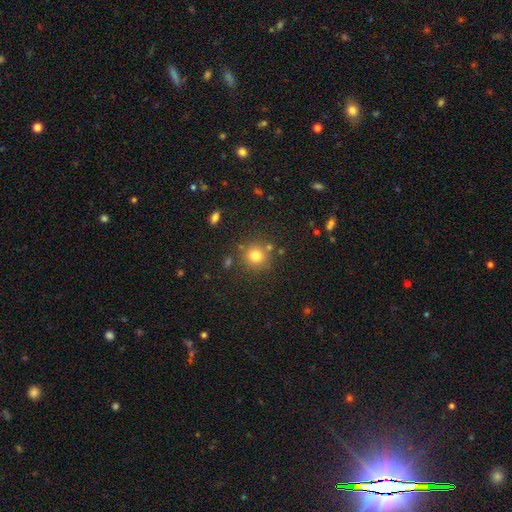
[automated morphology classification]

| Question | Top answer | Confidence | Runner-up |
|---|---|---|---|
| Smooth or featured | smooth | 77% | star or artifact (14%) |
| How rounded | round | 92% | in between (7%) |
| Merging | none | 81% | minor disturbance (9%) |